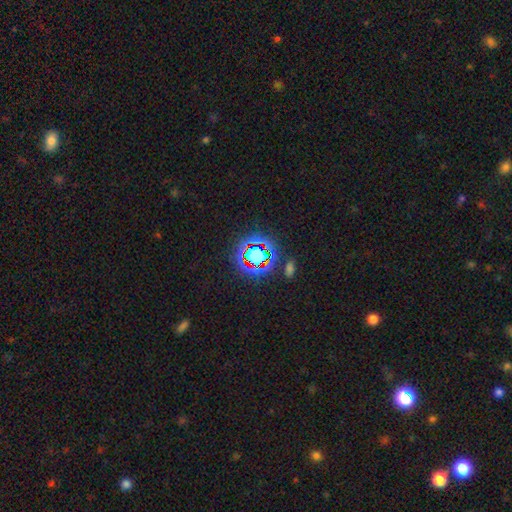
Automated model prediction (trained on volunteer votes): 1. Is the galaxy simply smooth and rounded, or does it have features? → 65% star or artifact, 23% smooth, 12% featured or disk.